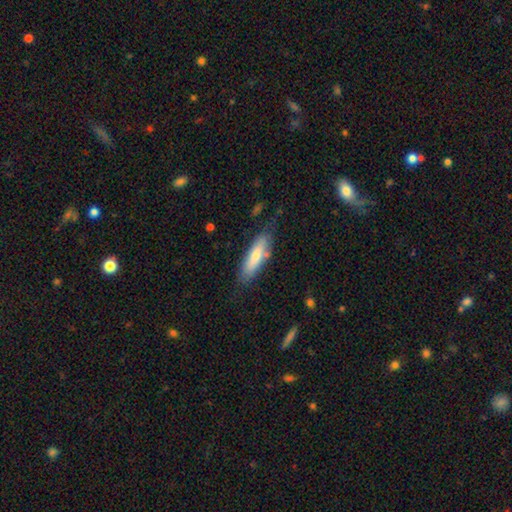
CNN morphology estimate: Smooth or featured?
  - smooth: 72% *
  - featured or disk: 22%
  - star or artifact: 6%
How rounded?
  - cigar-shaped: 55% *
  - in between: 43%
  - round: 2%
Merging?
  - none: 74% *
  - minor disturbance: 18%
  - major disturbance: 4%
  - merger: 4%